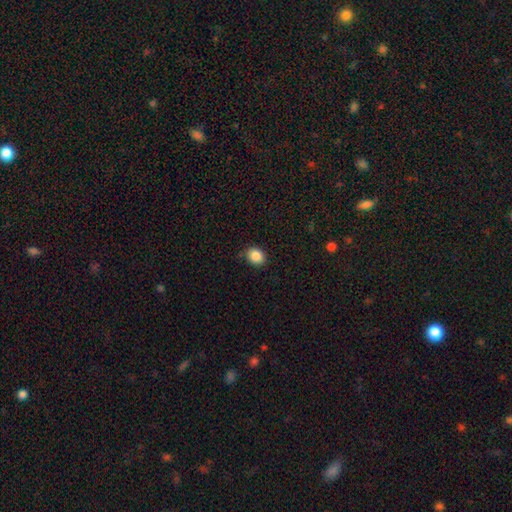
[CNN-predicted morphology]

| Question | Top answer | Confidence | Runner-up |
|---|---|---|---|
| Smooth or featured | smooth | 87% | star or artifact (9%) |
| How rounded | round | 63% | in between (36%) |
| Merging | none | 81% | minor disturbance (14%) |